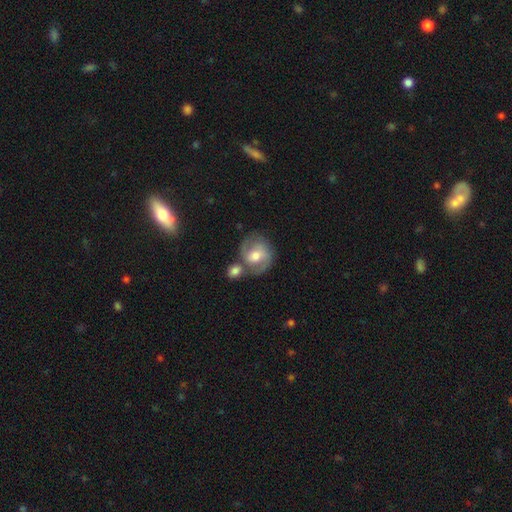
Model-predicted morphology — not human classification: Smooth or featured? featured or disk (57%)
Edge-on disk? no (97%)
Bar? weak (44%)
Spiral arms? yes (81%)
Bulge size? moderate (71%)
Merging? none (42%)